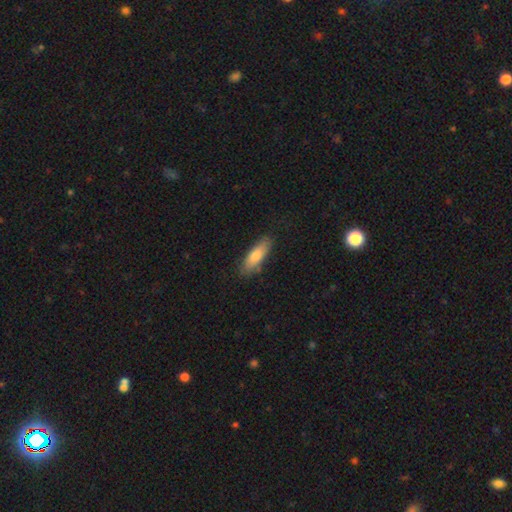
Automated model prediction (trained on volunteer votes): Smooth or featured: smooth — 78% (featured or disk — 16%)
How rounded: in between — 52% (cigar-shaped — 46%)
Merging: none — 81% (minor disturbance — 15%)